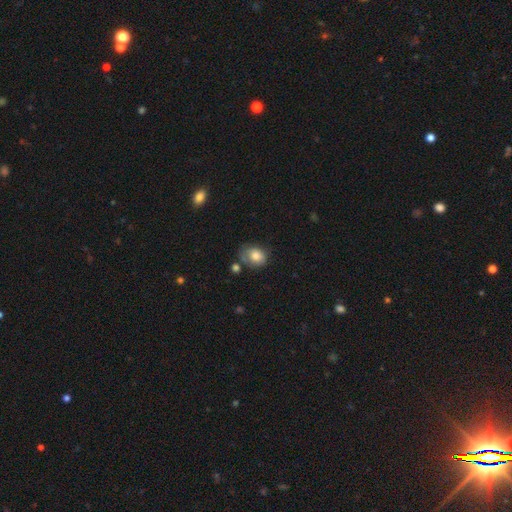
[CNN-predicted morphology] A smooth galaxy with no disk features (78%) that is in between round and cigar-shaped (59%).

Vote fractions:
- Smooth or featured? smooth: 78% / featured or disk: 14% / star or artifact: 8%
- How rounded? in between: 59% / round: 40% / cigar-shaped: 1%
- Merging? none: 48% / minor disturbance: 29% / major disturbance: 13% / merger: 10%